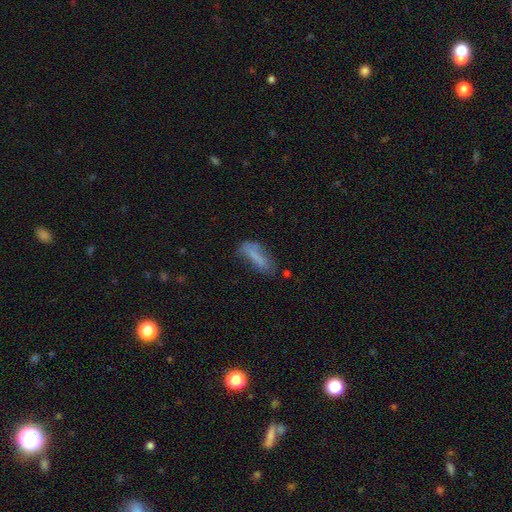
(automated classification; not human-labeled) smooth-or-featured: smooth: 65% | featured or disk: 25% | star or artifact: 11%
  how-rounded: in between: 49% (tied) | cigar-shaped: 49% (tied) | round: 2%
  merging: none: 43% | minor disturbance: 28% | major disturbance: 20% | merger: 8%